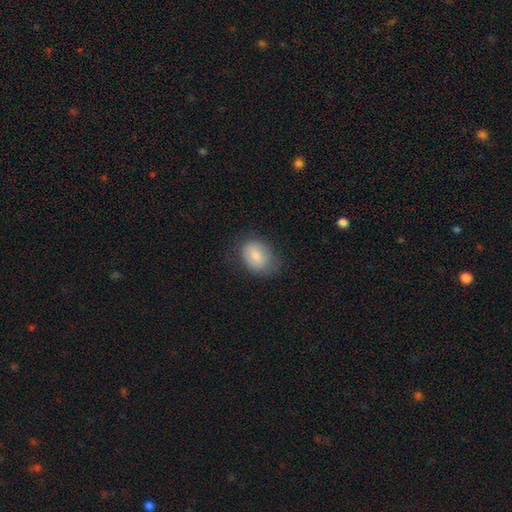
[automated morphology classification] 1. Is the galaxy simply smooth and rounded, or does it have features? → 76% smooth, 16% featured or disk, 8% star or artifact.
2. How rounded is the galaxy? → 67% in between, 32% round, 1% cigar-shaped.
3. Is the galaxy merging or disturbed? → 67% none, 23% minor disturbance, 8% major disturbance, 1% merger.